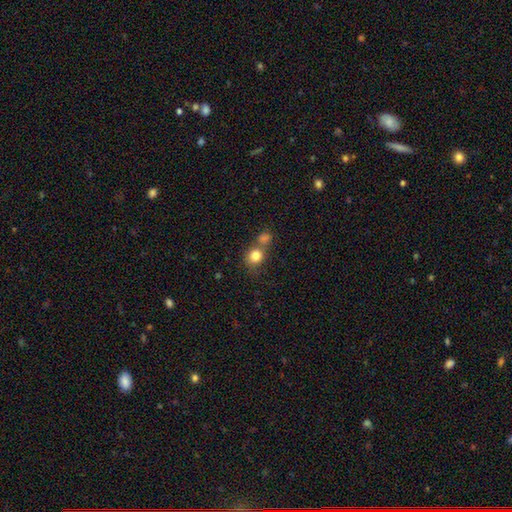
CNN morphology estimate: Smooth or featured: smooth — 82% (star or artifact — 11%)
How rounded: round — 78% (in between — 21%)
Merging: none — 50% (merger — 36%)